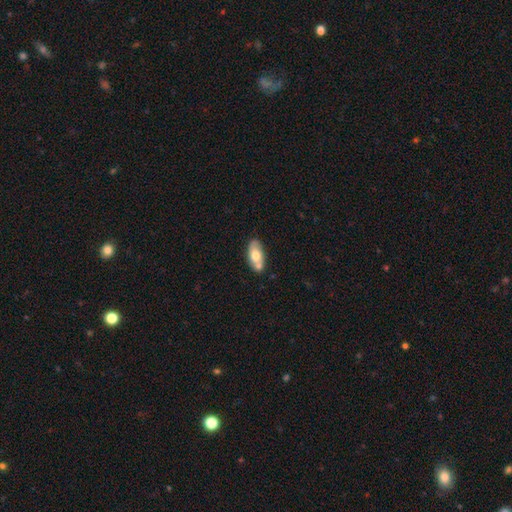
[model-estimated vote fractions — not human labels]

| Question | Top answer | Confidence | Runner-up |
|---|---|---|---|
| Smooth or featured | smooth | 62% | featured or disk (32%) |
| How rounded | in between | 90% | cigar-shaped (6%) |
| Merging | none | 54% | merger (26%) |